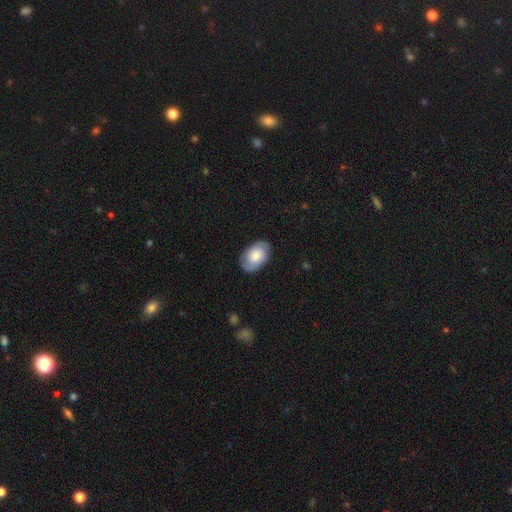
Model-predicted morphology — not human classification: smooth-or-featured: smooth: 56% | featured or disk: 37% | star or artifact: 7%
  how-rounded: in between: 89% | round: 9% | cigar-shaped: 1%
  merging: none: 84% | minor disturbance: 12% | major disturbance: 3% | merger: 1%